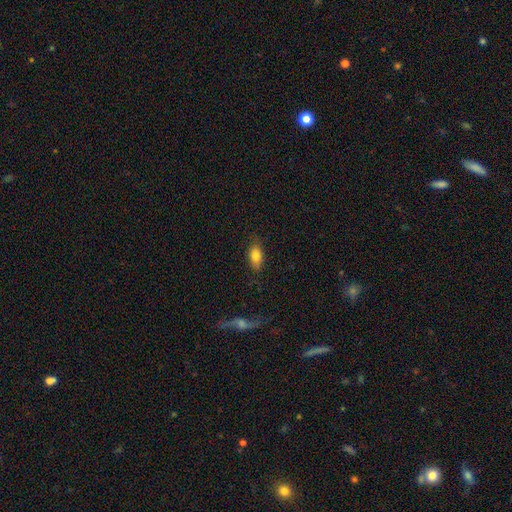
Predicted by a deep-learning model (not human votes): A smooth galaxy with no disk features (81%) that is in between round and cigar-shaped (87%). Merging: none (82%).